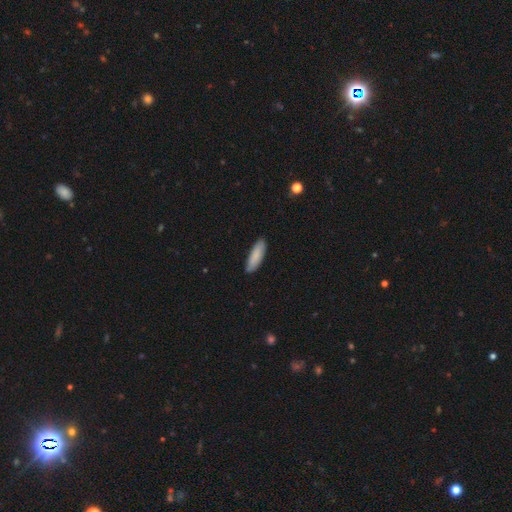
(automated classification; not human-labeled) This appears to be a smooth galaxy with no disk features (84%) that is in between round and cigar-shaped (50%). Merging: none (84%).